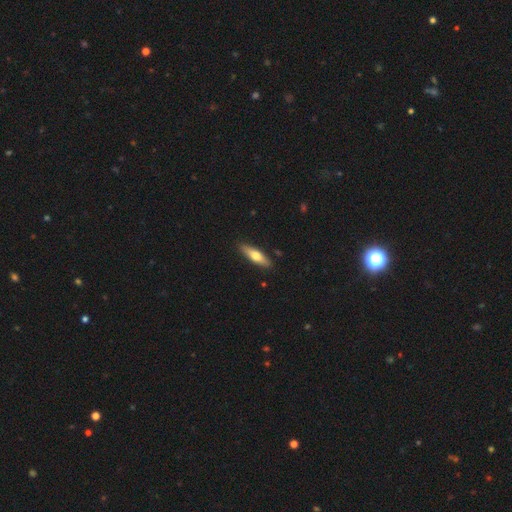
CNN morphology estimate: Smooth or featured: smooth — 58% (featured or disk — 37%)
How rounded: cigar-shaped — 62% (in between — 36%)
Merging: none — 89% (minor disturbance — 8%)